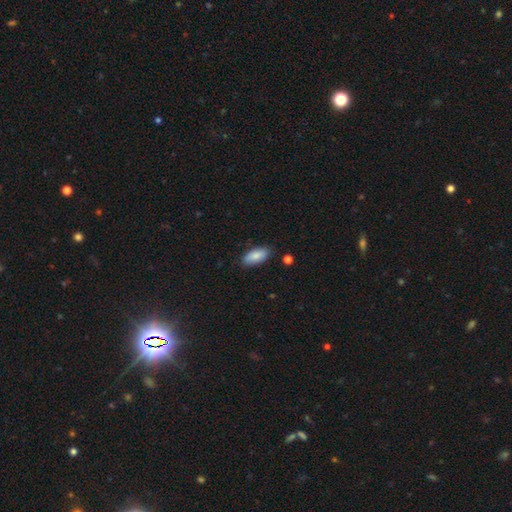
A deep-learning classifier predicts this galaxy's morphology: Overall: smooth (86%). How rounded: in between (87%). Merging: none (84%).